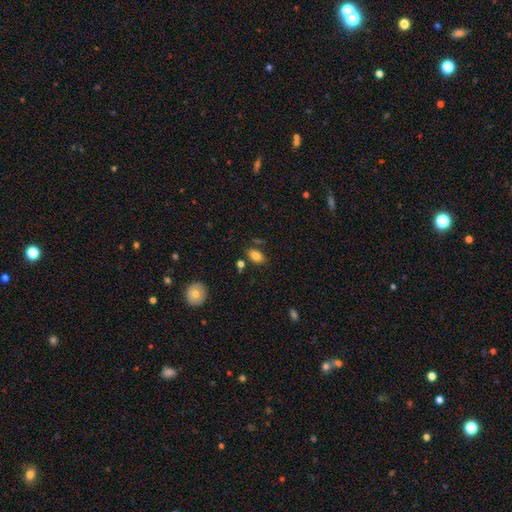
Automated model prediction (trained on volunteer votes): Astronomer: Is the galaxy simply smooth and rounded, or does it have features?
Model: smooth — 82%.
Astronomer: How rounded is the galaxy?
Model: in between — 89%.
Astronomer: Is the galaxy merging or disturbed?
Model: none — 77%.